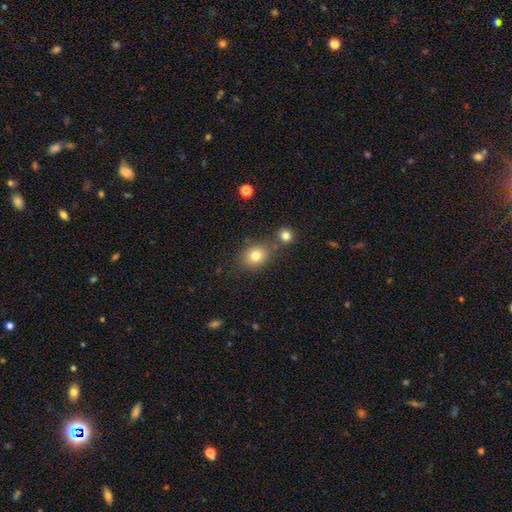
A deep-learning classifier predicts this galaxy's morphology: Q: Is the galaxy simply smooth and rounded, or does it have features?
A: smooth — 79%.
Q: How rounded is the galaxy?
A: round — 60%.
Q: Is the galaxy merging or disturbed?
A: none — 69%.